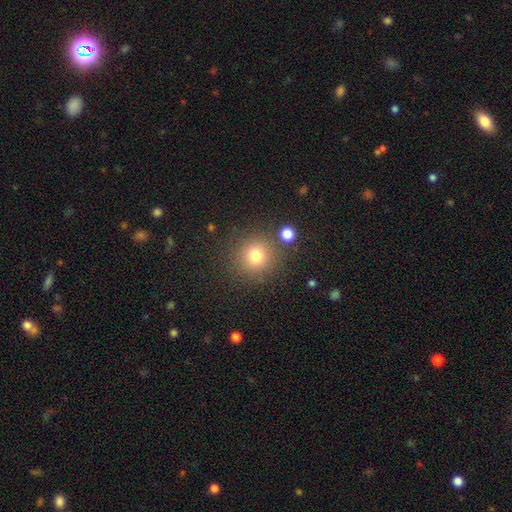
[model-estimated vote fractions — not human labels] A smooth galaxy with no disk features (77%) that is round (92%).

Vote fractions:
- Smooth or featured? smooth: 77% / star or artifact: 15% / featured or disk: 8%
- How rounded? round: 92% / in between: 7% / cigar-shaped: 1%
- Merging? none: 82% / minor disturbance: 8% / merger: 6% / major disturbance: 4%